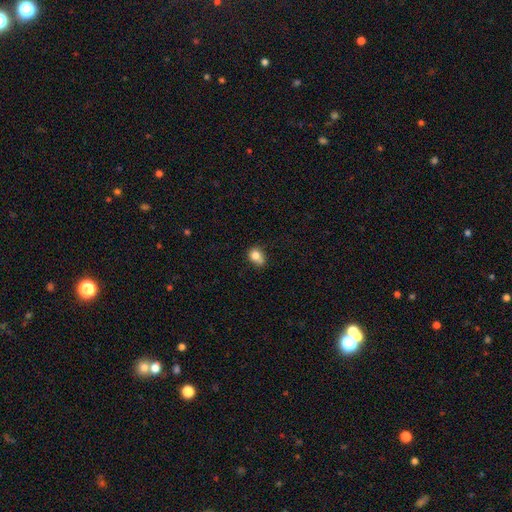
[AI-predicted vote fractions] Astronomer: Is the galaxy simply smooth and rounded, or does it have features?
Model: smooth — 79%.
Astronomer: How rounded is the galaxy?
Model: round — 52% (runner-up: in between, 47%).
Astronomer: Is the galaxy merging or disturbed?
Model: none — 48% (runner-up: minor disturbance, 32%).